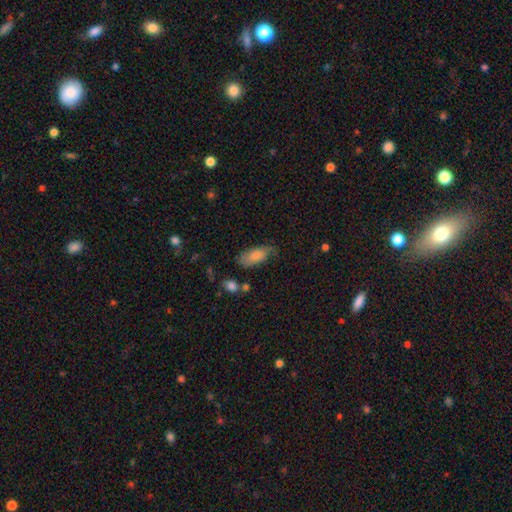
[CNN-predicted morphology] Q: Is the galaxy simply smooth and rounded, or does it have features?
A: smooth — 75%.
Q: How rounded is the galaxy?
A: in between — 88%.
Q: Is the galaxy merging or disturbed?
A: none — 54%.